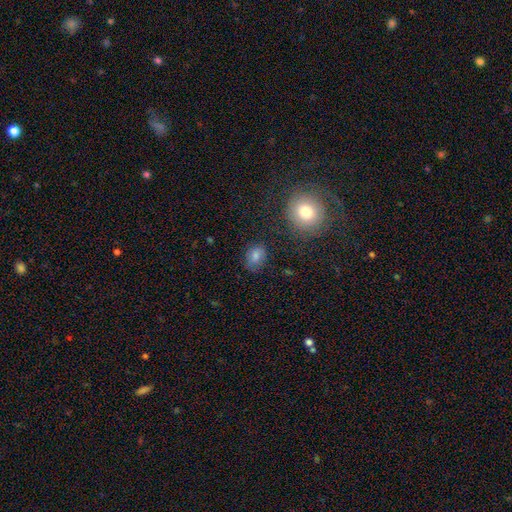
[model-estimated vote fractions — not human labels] Overall: smooth (79%). How rounded: in between (65%; round 34%). Merging: none (79%).